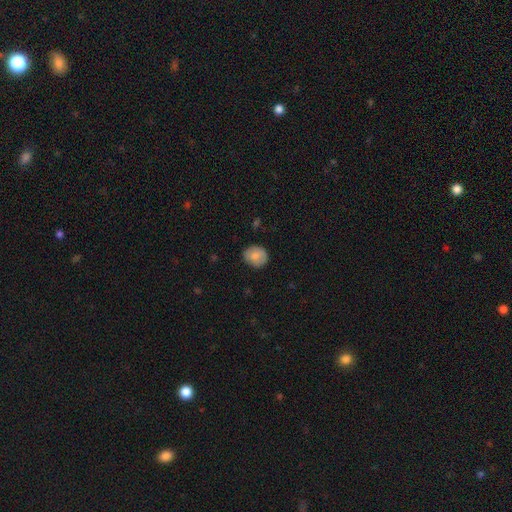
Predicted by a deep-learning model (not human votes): This is likely a smooth galaxy (79%). How rounded: likely round (70%). Merging: clearly none (83%).